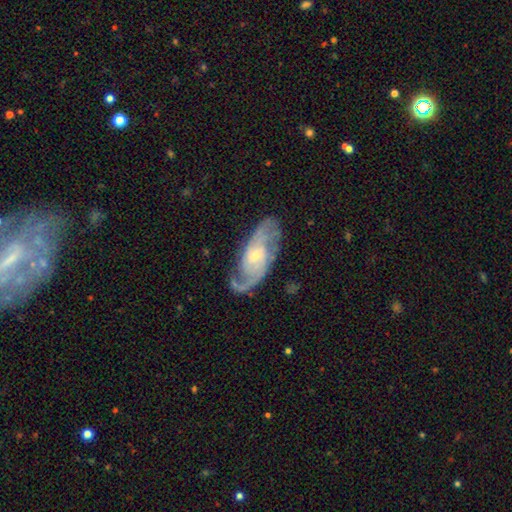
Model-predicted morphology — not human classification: A featured or disk galaxy (87%) with no bar (57%), 2 (76%) medium (48%) spiral arms (96%) and a small central bulge (65%).

Vote fractions:
- Smooth or featured? featured or disk: 87% / smooth: 8% / star or artifact: 5%
- Edge-on disk? no: 94% / yes: 6%
- Bar? no: 57% / weak: 35% / strong: 9%
- Spiral arms? yes: 96% / no: 4%
- Spiral winding? medium: 48% / tight: 34% / loose: 18%
- Spiral arm count? 2: 76% / can't tell: 10% / 3: 6% / 1: 3% / 4: 2% / more than 4: 2%
- Bulge size? small: 65% / moderate: 30% / none: 2% / large: 2% / dominant: 1%
- Merging? none: 74% / minor disturbance: 17% / major disturbance: 8% / merger: 2%